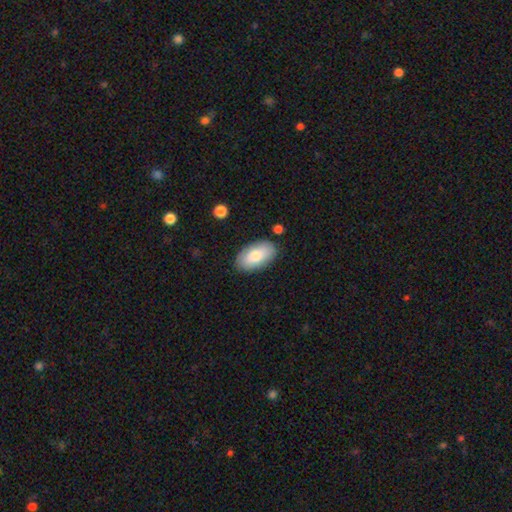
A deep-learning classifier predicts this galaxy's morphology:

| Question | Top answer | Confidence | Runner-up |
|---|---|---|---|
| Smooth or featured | smooth | 79% | featured or disk (16%) |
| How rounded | in between | 95% | round (3%) |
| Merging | none | 84% | minor disturbance (11%) |